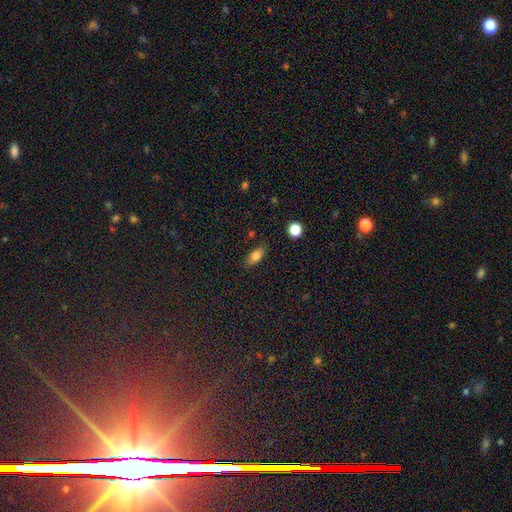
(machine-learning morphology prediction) This is likely a smooth galaxy (79%). How rounded: clearly in between (84%). Merging: clearly none (81%).